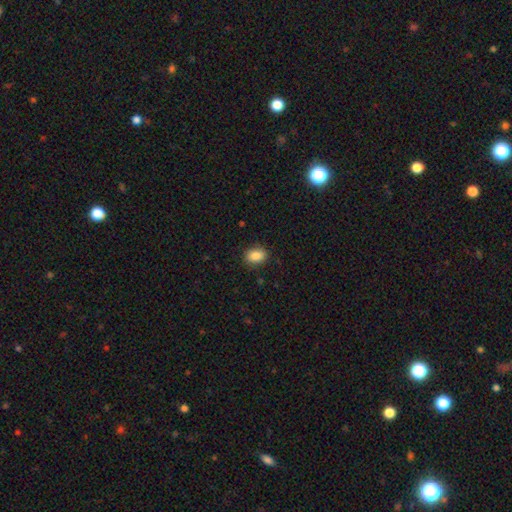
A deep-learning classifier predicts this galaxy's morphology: This is clearly a smooth galaxy (87%). How rounded: likely in between (77%). Merging: clearly none (87%).